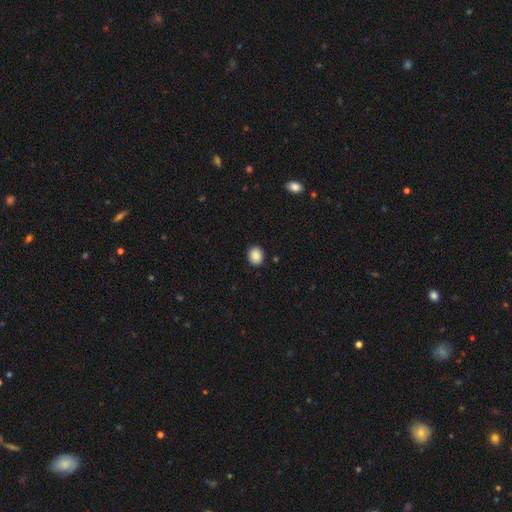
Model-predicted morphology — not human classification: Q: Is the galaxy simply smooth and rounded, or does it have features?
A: smooth — 87%.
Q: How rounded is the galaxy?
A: round — 61%.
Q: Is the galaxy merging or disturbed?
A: none — 91%.